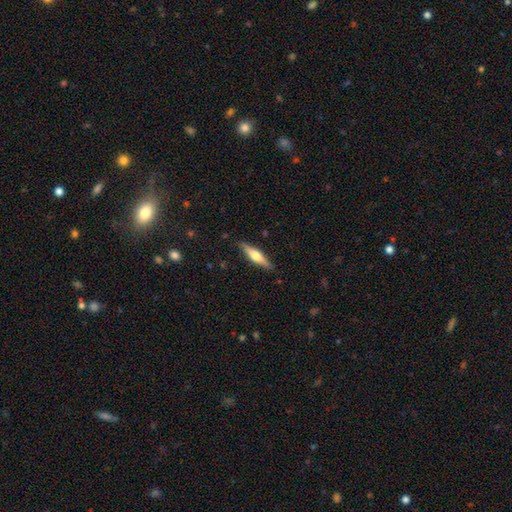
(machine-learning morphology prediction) smooth_or_featured: featured or disk (p=0.59) [alt: smooth p=0.35]
disk_edge_on: yes (p=0.96) [alt: no p=0.04]
edge_on_bulge: rounded (p=0.92) [alt: boxy p=0.05]
merging: none (p=0.88) [alt: minor disturbance p=0.09]